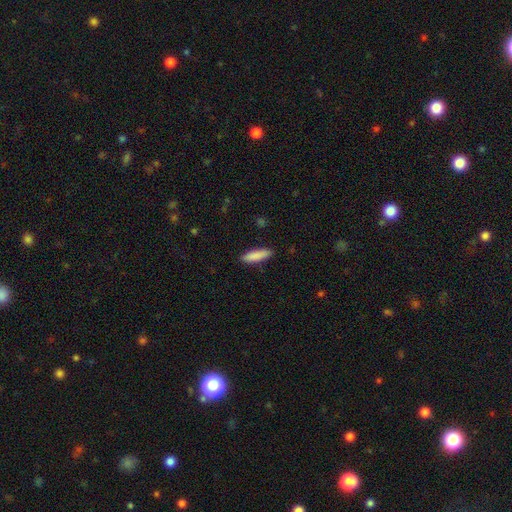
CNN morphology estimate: A smooth galaxy with no disk features (87%) that is cigar-shaped (66%).

Vote fractions:
- Smooth or featured? smooth: 87% / featured or disk: 7% / star or artifact: 6%
- How rounded? cigar-shaped: 66% / in between: 33% / round: 1%
- Merging? none: 88% / minor disturbance: 9% / major disturbance: 2% / merger: 1%